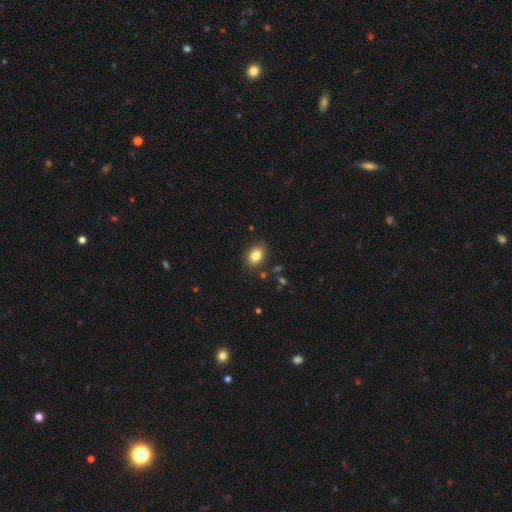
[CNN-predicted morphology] A smooth galaxy with no disk features (84%) that is in between round and cigar-shaped (73%). Merging: none (84%).